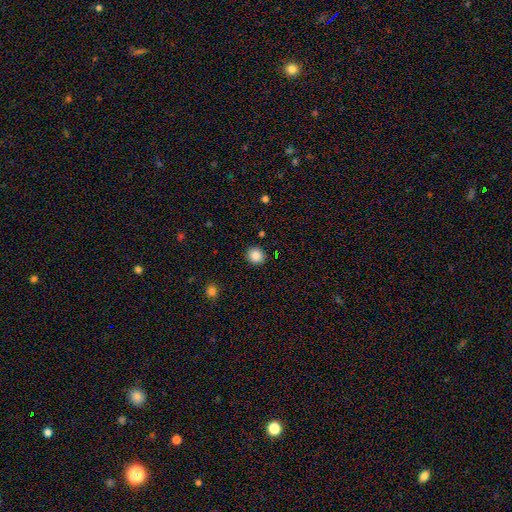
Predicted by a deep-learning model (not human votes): Q: Smooth or featured?
A: smooth (87%); runner-up: star or artifact (9%)
Q: How rounded?
A: round (81%); runner-up: in between (18%)
Q: Merging?
A: none (90%); runner-up: minor disturbance (6%)